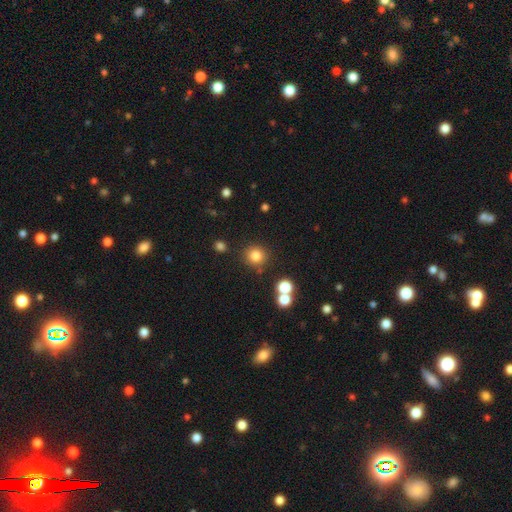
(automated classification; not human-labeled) This appears to be a smooth galaxy with no disk features (80%) that is round (93%). Merging: none (84%).